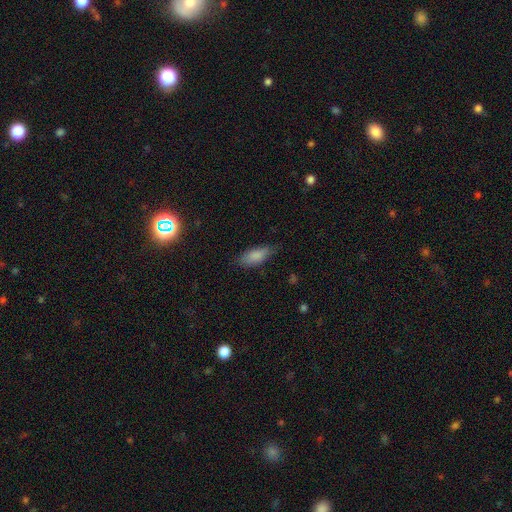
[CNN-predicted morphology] A smooth galaxy with no disk features (83%) that is in between round and cigar-shaped (77%). Merging: none (69%).